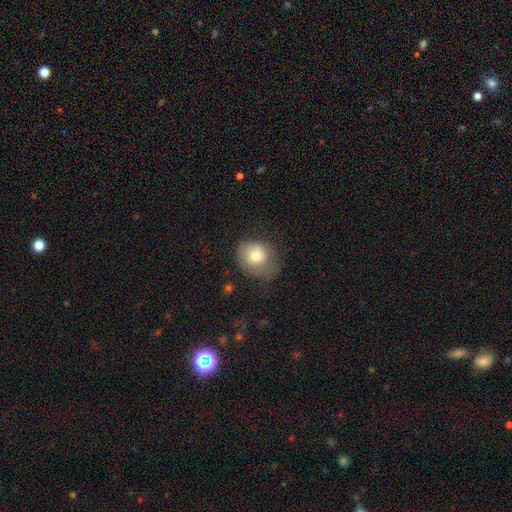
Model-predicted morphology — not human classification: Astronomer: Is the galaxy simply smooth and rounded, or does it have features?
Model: smooth — 75%.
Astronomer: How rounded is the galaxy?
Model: round — 70%.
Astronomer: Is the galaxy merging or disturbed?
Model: none — 47% (runner-up: minor disturbance, 32%).